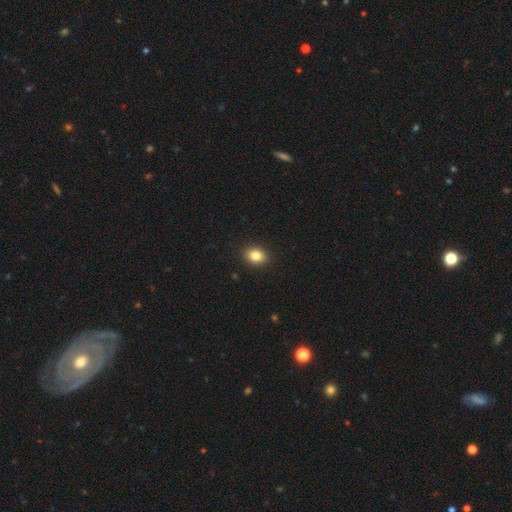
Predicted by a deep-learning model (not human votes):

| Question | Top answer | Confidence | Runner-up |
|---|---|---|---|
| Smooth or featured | smooth | 84% | star or artifact (10%) |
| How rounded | in between | 52% | round (47%) |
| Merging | none | 91% | minor disturbance (6%) |